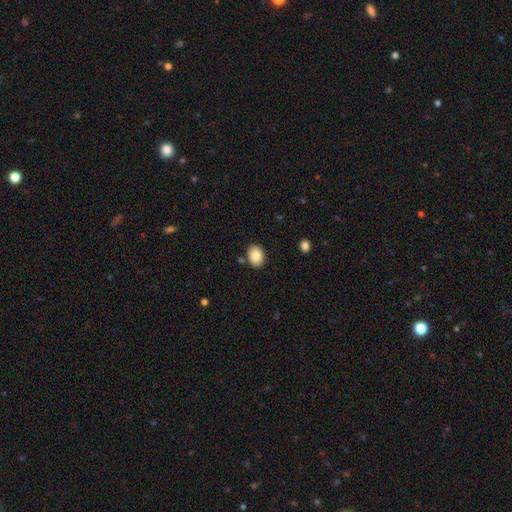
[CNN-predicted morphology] Smooth or featured?
  - smooth: 86% *
  - star or artifact: 8%
  - featured or disk: 6%
How rounded?
  - in between: 70% *
  - round: 29%
  - cigar-shaped: 1%
Merging?
  - none: 84% *
  - minor disturbance: 10%
  - merger: 3%
  - major disturbance: 2%